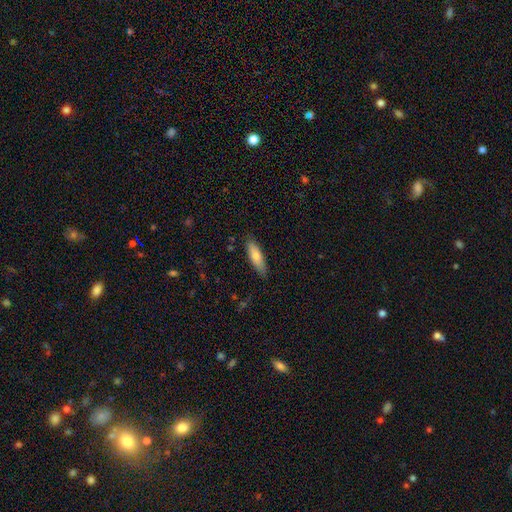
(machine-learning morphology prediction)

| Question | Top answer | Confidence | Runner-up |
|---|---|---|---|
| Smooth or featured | smooth | 75% | featured or disk (19%) |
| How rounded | cigar-shaped | 51% | in between (47%) |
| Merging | none | 86% | minor disturbance (11%) |